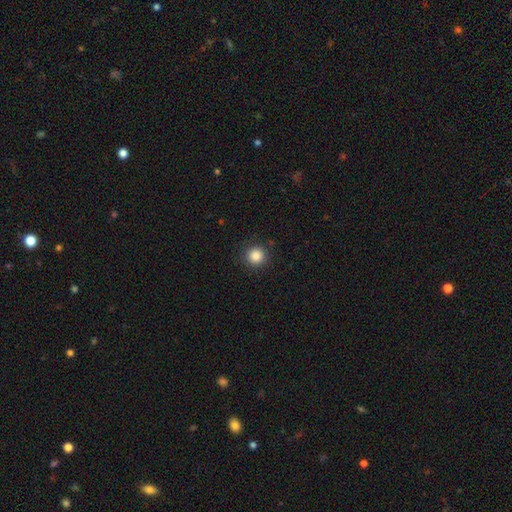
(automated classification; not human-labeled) A smooth galaxy with no disk features (86%) that is round (94%). Merging: none (90%).